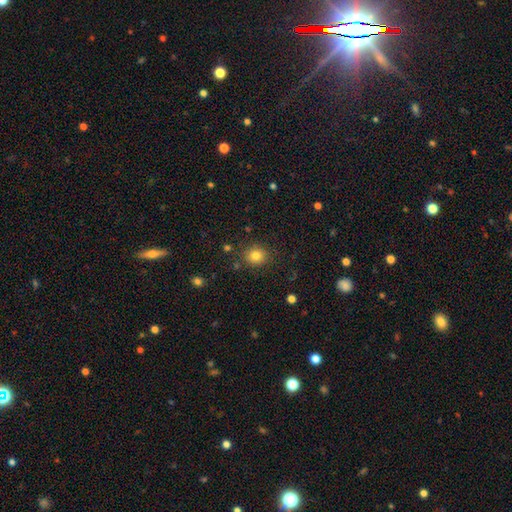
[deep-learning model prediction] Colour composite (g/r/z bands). It shows a smooth galaxy with no disk features (82%) that is round (84%). Merging: none (86%).